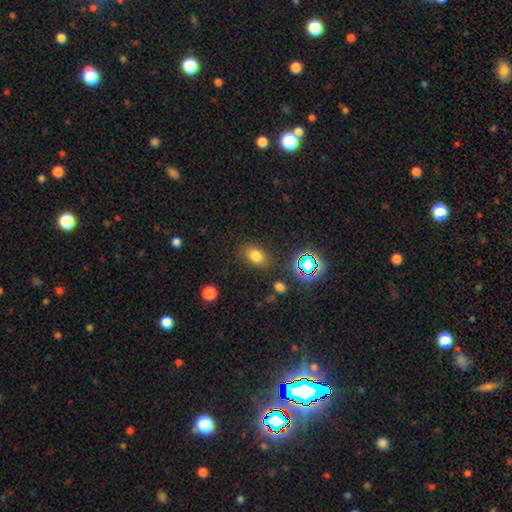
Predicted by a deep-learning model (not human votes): Morphology: type=smooth (74%); roundness=in between (76%); merging=none (81%).